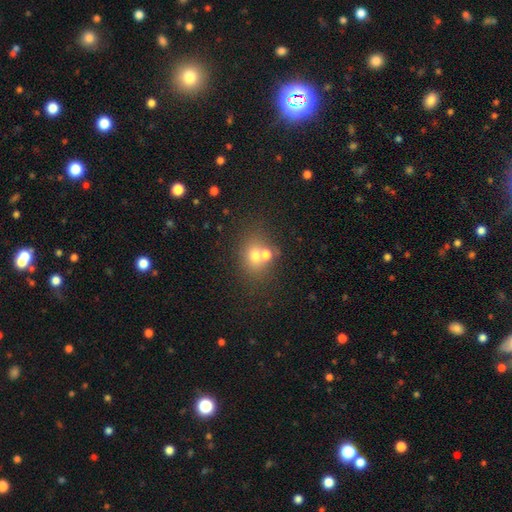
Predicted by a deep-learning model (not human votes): A smooth galaxy with no disk features (65%) that is round (59%).

Vote fractions:
- Smooth or featured? smooth: 65% / featured or disk: 19% / star or artifact: 16%
- How rounded? round: 59% / in between: 40% / cigar-shaped: 1%
- Merging? none: 48% / merger: 38% / minor disturbance: 9% / major disturbance: 5%